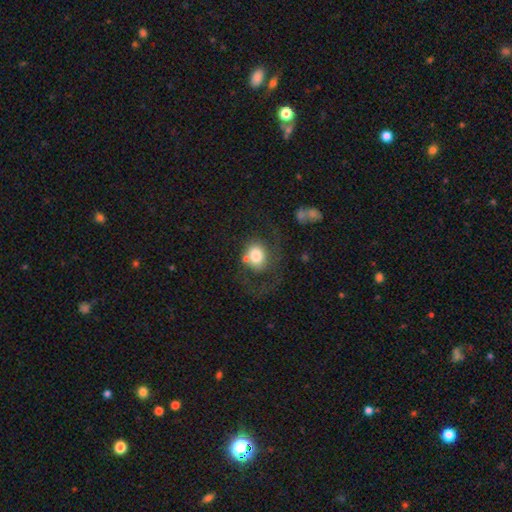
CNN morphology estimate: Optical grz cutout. It shows a smooth galaxy with no disk features (68%) that is round (58%). Merging: none (39%).